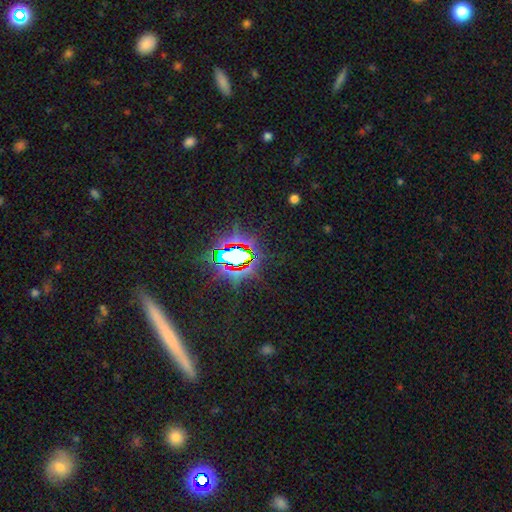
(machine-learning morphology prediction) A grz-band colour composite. It shows a star or artifact, not a galaxy (48%).